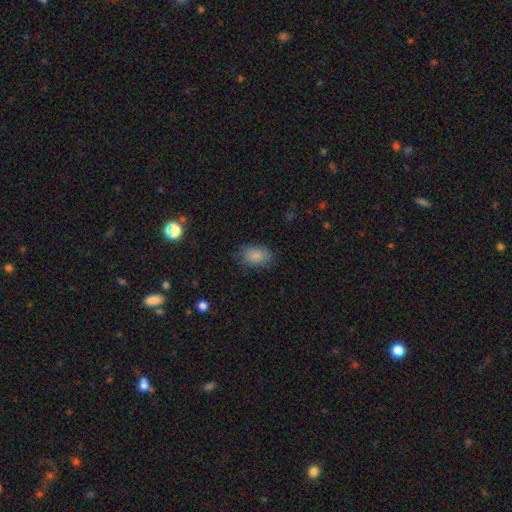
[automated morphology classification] Smooth or featured?
  - smooth: 86% *
  - star or artifact: 9%
  - featured or disk: 5%
How rounded?
  - in between: 87% *
  - round: 11%
  - cigar-shaped: 1%
Merging?
  - none: 79% *
  - minor disturbance: 15%
  - major disturbance: 4%
  - merger: 1%